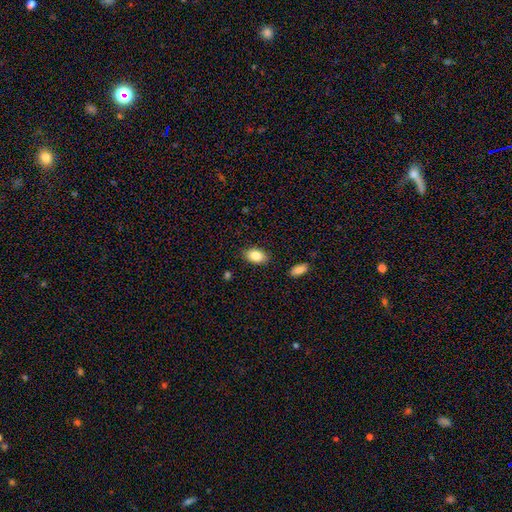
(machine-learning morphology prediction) Q: Smooth or featured?
A: smooth (86%); runner-up: star or artifact (7%)
Q: How rounded?
A: in between (89%); runner-up: round (9%)
Q: Merging?
A: none (85%); runner-up: minor disturbance (11%)